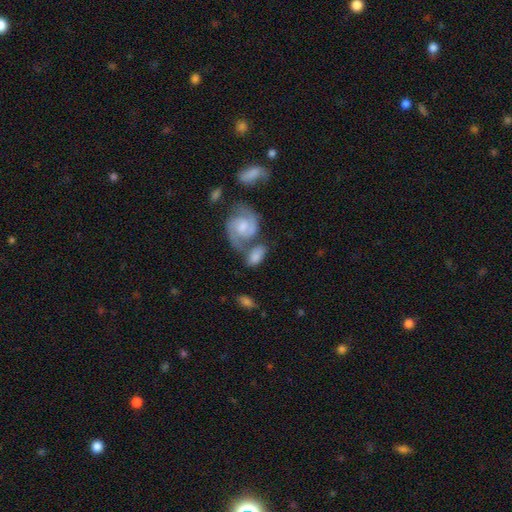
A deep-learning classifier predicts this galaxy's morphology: This is possibly a smooth galaxy (48%). Merging: marginally merger (44%).